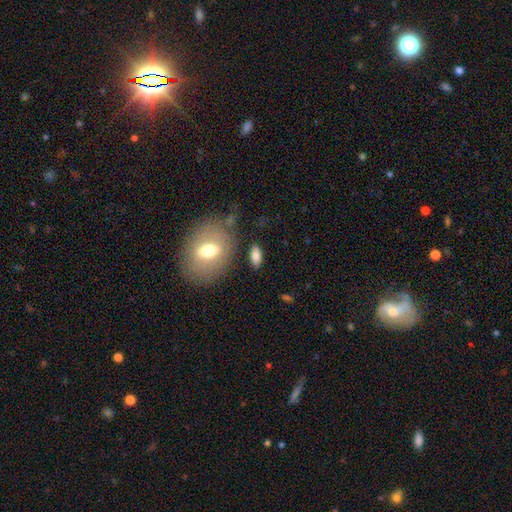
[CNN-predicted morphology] type=smooth (78%); roundness=in between (81%); merging=none (80%).